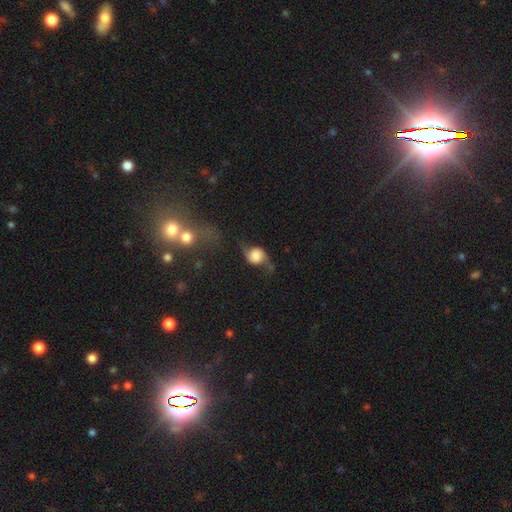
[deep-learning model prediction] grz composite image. It shows a featured or disk galaxy (60%) with no bar (68%), spiral arms (90%) and a large central bulge (36%). Merging: none (52%).